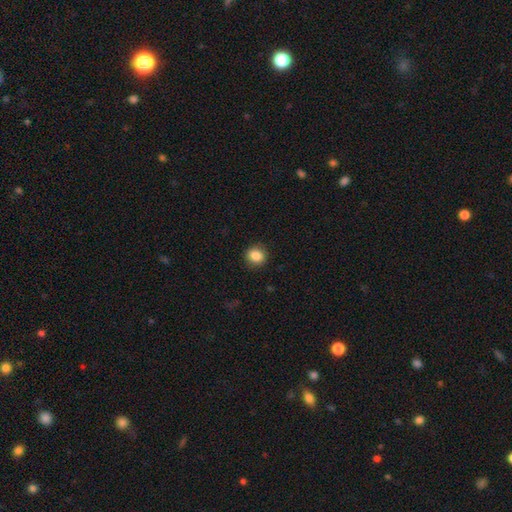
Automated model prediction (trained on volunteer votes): Smooth or featured?
  - smooth: 86% *
  - star or artifact: 10%
  - featured or disk: 5%
How rounded?
  - round: 83% *
  - in between: 16%
  - cigar-shaped: 1%
Merging?
  - none: 90% *
  - minor disturbance: 7%
  - major disturbance: 2%
  - merger: 1%